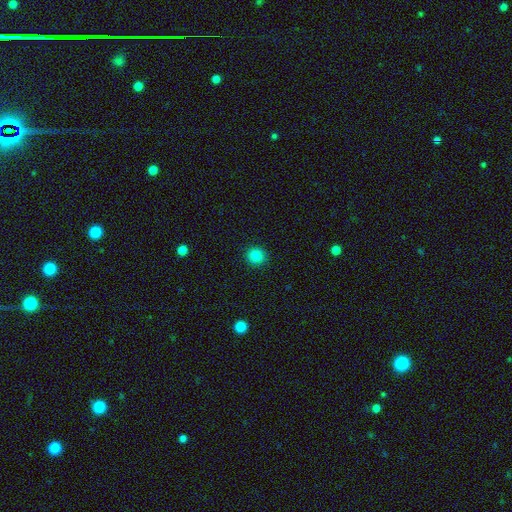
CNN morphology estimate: smooth 84%, star or artifact 12%, featured or disk 4%. Down the decision tree: how rounded — round (91%); merging — none (92%).